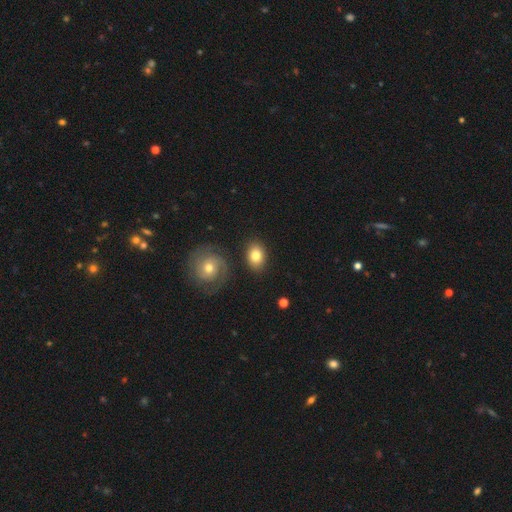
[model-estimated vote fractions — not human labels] Smooth or featured: smooth — 77% (featured or disk — 16%)
How rounded: in between — 70% (round — 29%)
Merging: none — 82% (minor disturbance — 10%)